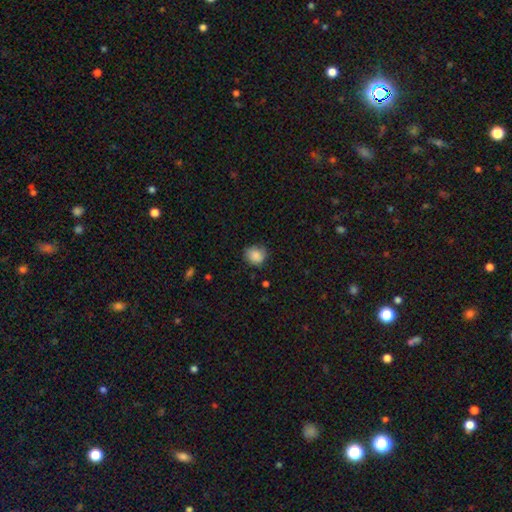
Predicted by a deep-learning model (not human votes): This appears to be a smooth galaxy with no disk features (86%) that is round (81%). Merging: none (75%).